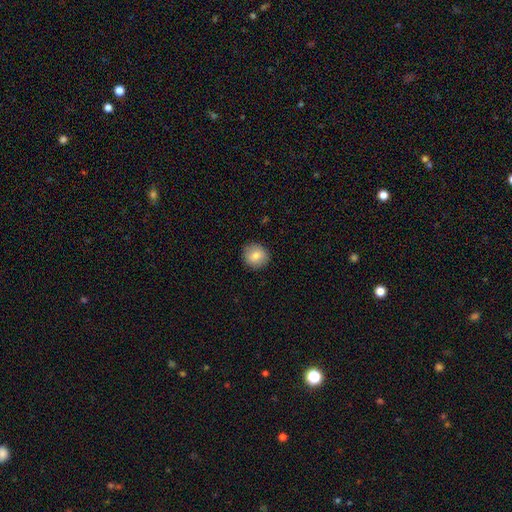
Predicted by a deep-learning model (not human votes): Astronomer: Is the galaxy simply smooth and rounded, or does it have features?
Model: smooth — 82%.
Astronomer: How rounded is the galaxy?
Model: round — 87%.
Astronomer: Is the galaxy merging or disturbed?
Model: none — 89%.